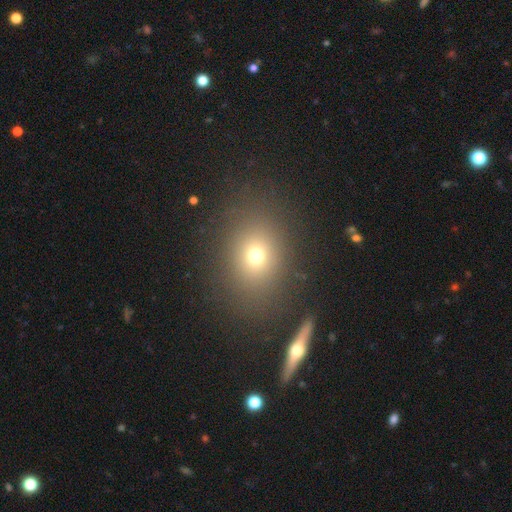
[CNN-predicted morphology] A smooth galaxy with no disk features (70%) that is round (54%). Merging: none (81%).